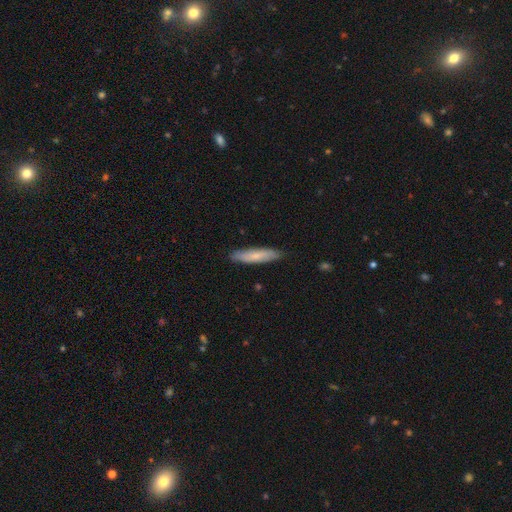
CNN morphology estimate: A smooth galaxy with no disk features (71%) that is cigar-shaped (80%).

Vote fractions:
- Smooth or featured? smooth: 71% / featured or disk: 24% / star or artifact: 5%
- How rounded? cigar-shaped: 80% / in between: 19% / round: 1%
- Merging? none: 87% / minor disturbance: 10% / major disturbance: 2% / merger: 1%